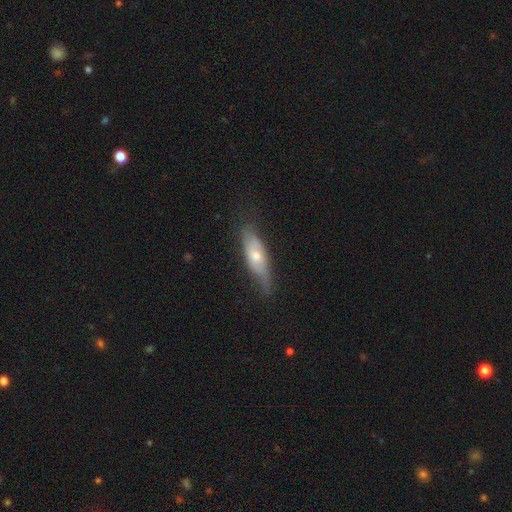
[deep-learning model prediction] A smooth galaxy with no disk features (48%). Merging: none (64%).